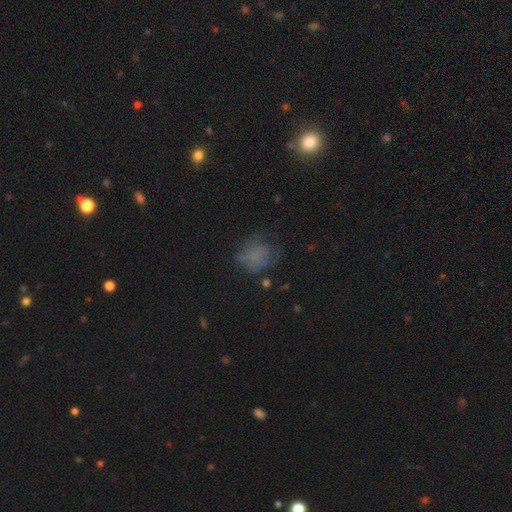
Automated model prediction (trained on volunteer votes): Overall: smooth (53%; featured or disk 26%). How rounded: round (55%; in between 43%). Merging: none (50%; major disturbance 24%).